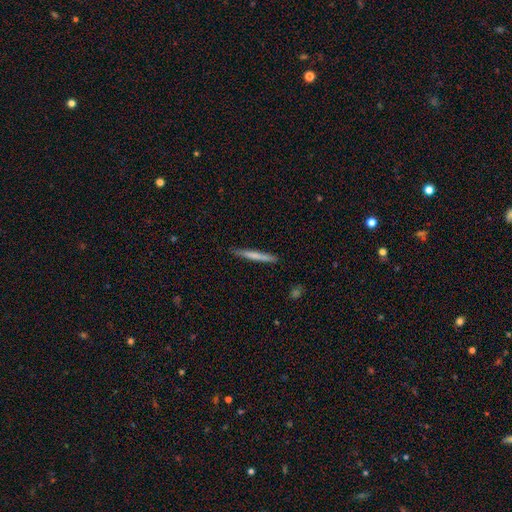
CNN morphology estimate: Smooth or featured? Predicted: smooth (p=0.66). How rounded? Predicted: cigar-shaped (p=0.96). Merging? Predicted: none (p=0.87).